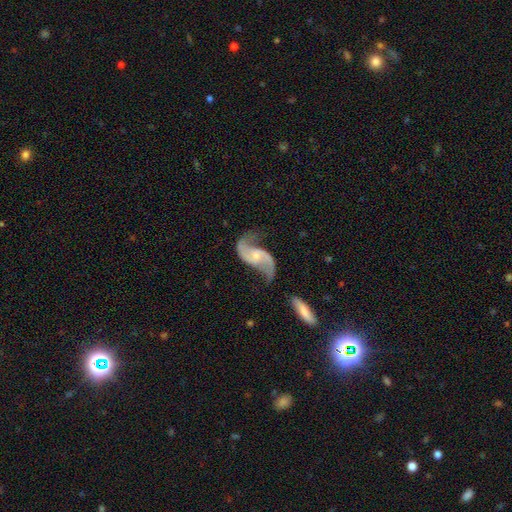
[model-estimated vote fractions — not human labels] Smooth or featured: featured or disk — 91% (smooth — 5%)
Edge-on disk: no — 97% (yes — 3%)
Bar: no — 50% (weak — 39%)
Spiral arms: yes — 97% (no — 3%)
Spiral winding: loose — 79% (medium — 17%)
Spiral arm count: 2 — 94% (1 — 2%)
Bulge size: small — 58% (moderate — 25%)
Merging: none — 65% (minor disturbance — 18%)